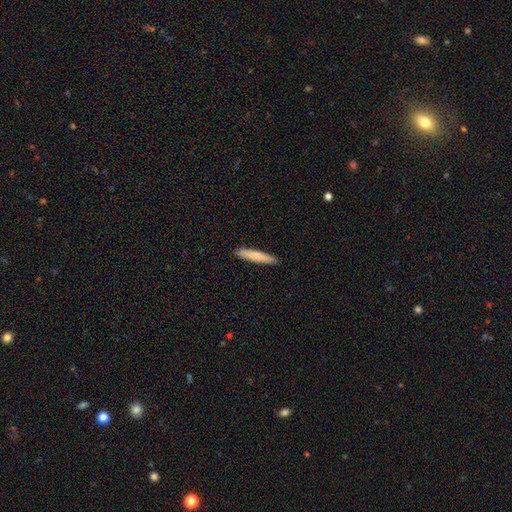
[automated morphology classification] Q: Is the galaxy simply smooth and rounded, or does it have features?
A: smooth — 72%.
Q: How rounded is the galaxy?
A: cigar-shaped — 92%.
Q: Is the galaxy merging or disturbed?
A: none — 91%.